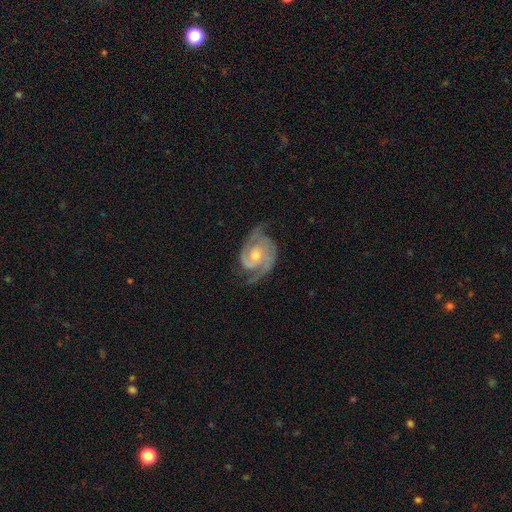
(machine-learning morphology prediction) Smooth or featured?
  - featured or disk: 91% *
  - star or artifact: 5%
  - smooth: 5%
Edge-on disk?
  - no: 98% *
  - yes: 2%
Bar?
  - no: 63% *
  - weak: 30%
  - strong: 7%
Spiral arms?
  - yes: 98% *
  - no: 2%
Spiral winding?
  - medium: 45% * (tied)
  - tight: 45% * (tied)
  - loose: 10%
Spiral arm count?
  - 2: 83% *
  - 3: 8%
  - can't tell: 4%
  - 1: 2%
  - 4: 2%
  - more than 4: 2%
Bulge size?
  - moderate: 59% *
  - small: 36%
  - large: 3%
  - none: 2%
  - dominant: 1%
Merging?
  - none: 72% *
  - minor disturbance: 19%
  - major disturbance: 8%
  - merger: 1%